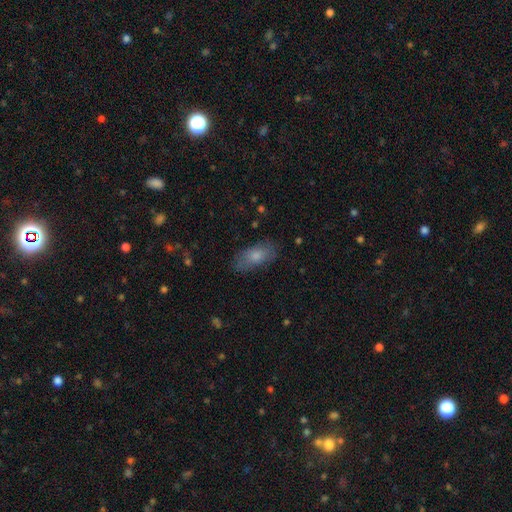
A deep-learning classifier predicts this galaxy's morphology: smooth_or_featured: smooth (p=0.76) [alt: featured or disk p=0.17]
how_rounded: in between (p=0.87) [alt: cigar-shaped p=0.10]
merging: none (p=0.74) [alt: minor disturbance p=0.19]